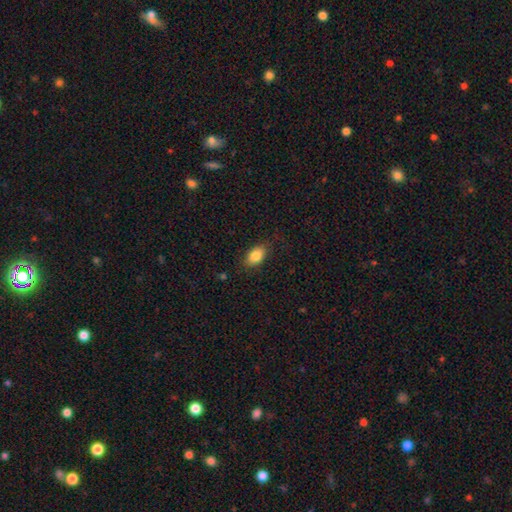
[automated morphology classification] This is clearly a smooth galaxy (85%). How rounded: clearly in between (90%). Merging: clearly none (82%).